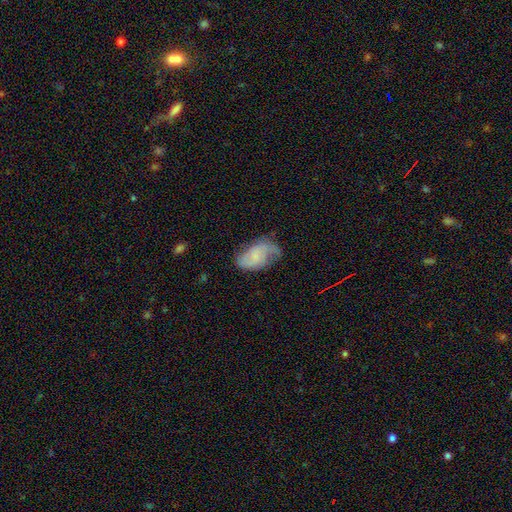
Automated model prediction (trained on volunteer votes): Smooth or featured? featured or disk (51%)
Edge-on disk? no (96%)
Merging? none (48%)